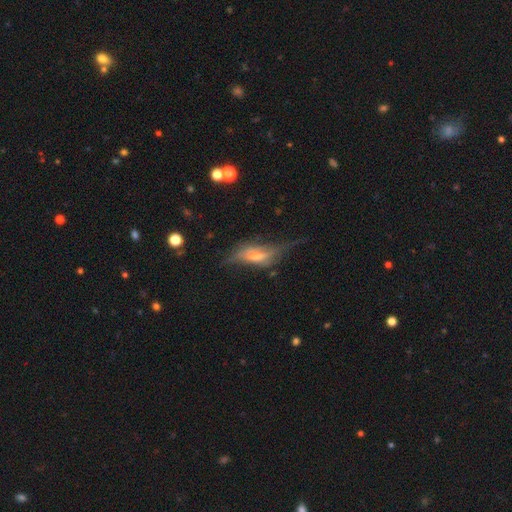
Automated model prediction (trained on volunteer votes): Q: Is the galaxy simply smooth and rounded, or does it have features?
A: featured or disk — 60%.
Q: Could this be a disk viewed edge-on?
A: yes — 60%.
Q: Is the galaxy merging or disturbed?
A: none — 42%.